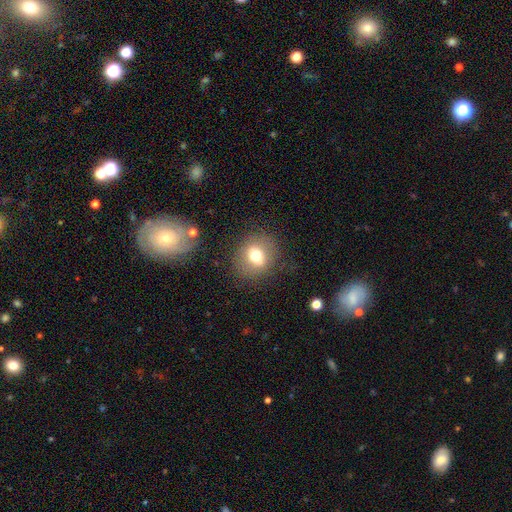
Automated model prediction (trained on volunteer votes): smooth-or-featured: smooth: 66% | featured or disk: 23% | star or artifact: 12%
  how-rounded: round: 72% | in between: 27% | cigar-shaped: 1%
  merging: none: 82% | minor disturbance: 11% | major disturbance: 5% | merger: 2%